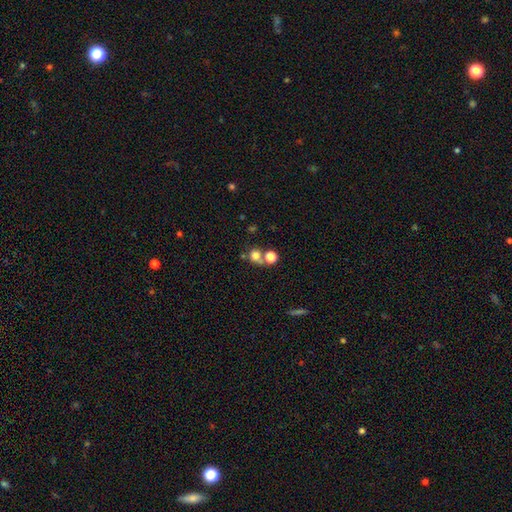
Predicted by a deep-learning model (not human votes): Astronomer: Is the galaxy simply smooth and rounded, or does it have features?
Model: smooth — 73%.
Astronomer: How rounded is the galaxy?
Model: round — 84%.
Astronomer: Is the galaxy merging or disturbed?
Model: none — 49% (runner-up: merger, 39%).